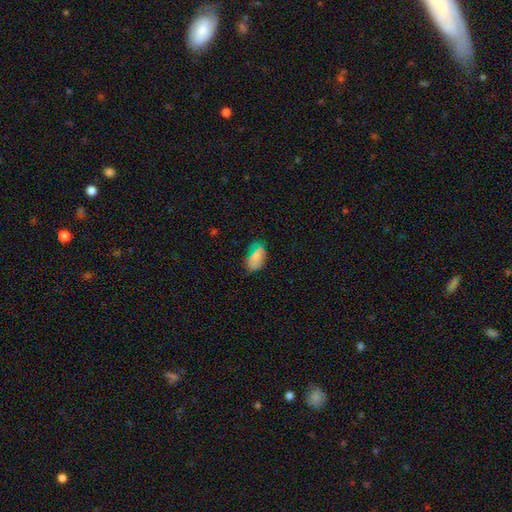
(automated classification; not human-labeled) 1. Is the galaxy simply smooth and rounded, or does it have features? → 75% smooth, 13% featured or disk, 12% star or artifact.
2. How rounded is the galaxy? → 92% in between, 7% round, 2% cigar-shaped.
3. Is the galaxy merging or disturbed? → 64% none, 26% minor disturbance, 8% major disturbance, 2% merger.